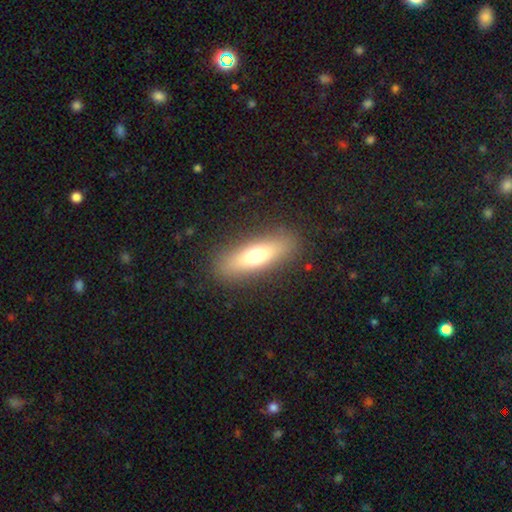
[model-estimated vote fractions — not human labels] Q: Smooth or featured?
A: smooth (65%); runner-up: featured or disk (28%)
Q: How rounded?
A: cigar-shaped (53%); runner-up: in between (44%)
Q: Merging?
A: none (87%); runner-up: minor disturbance (9%)